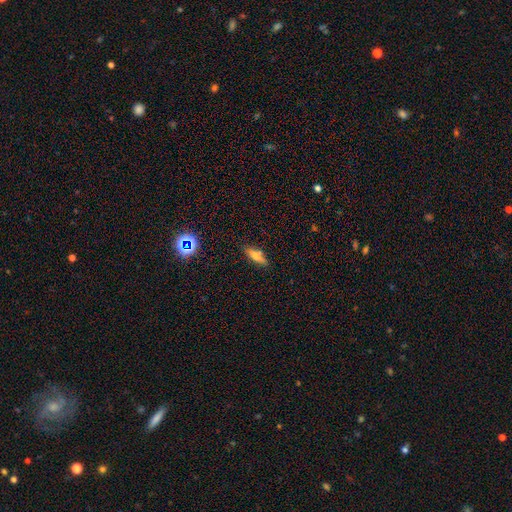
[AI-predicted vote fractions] smooth 53%, featured or disk 34%, star or artifact 13%. Down the decision tree: how rounded — in between (52%); merging — none (81%).